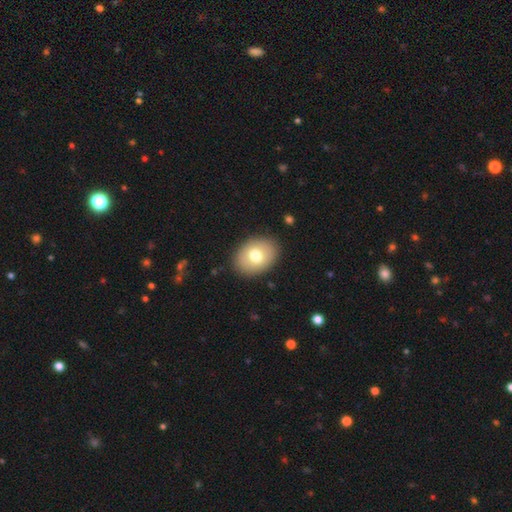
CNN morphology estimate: The model was most divided on "how rounded": in between: 70%, round: 29%, cigar-shaped: 1%. More confident: merging — none (88%); smooth or featured — smooth (74%).